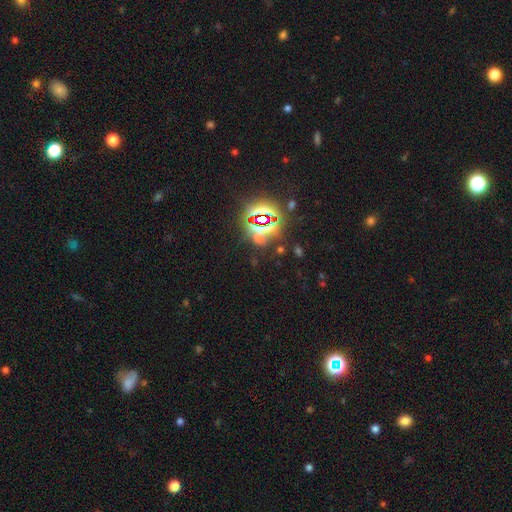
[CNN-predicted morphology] Smooth or featured? Predicted: star or artifact (p=0.83).